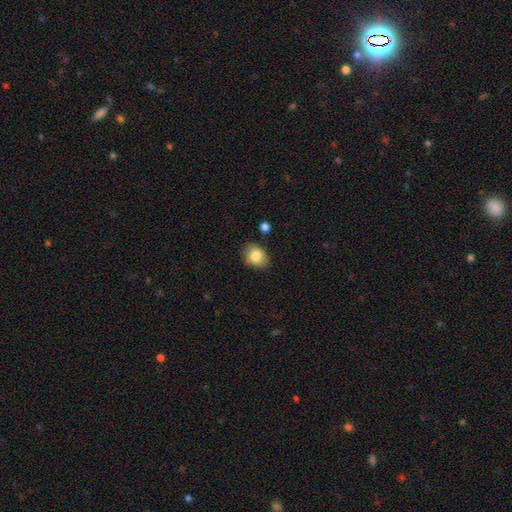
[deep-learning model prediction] This appears to be a smooth galaxy with no disk features (85%) that is in between round and cigar-shaped (58%). Merging: none (81%).